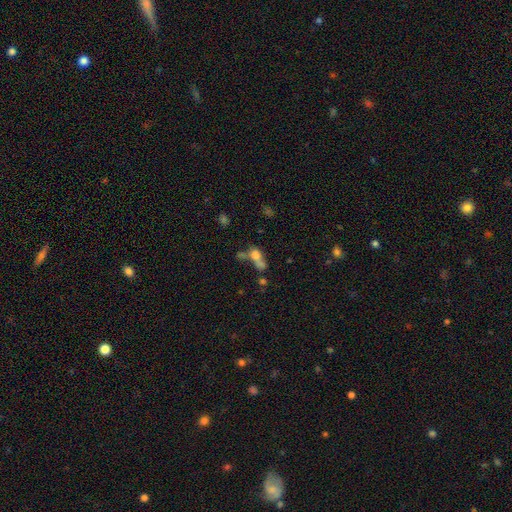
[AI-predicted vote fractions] A smooth galaxy with no disk features (60%) that is in between round and cigar-shaped (54%). Merging: merger (50%).